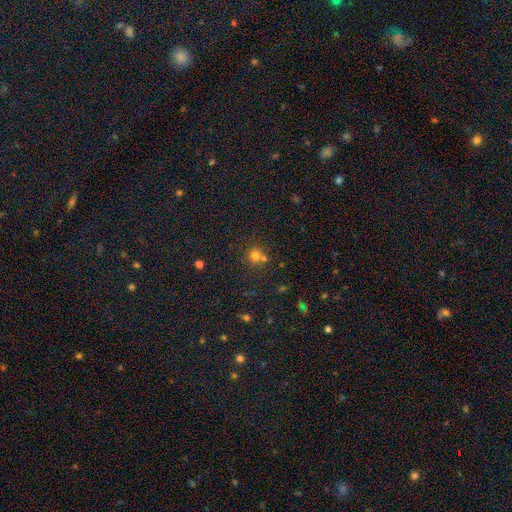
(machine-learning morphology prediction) Overall: smooth (72%). How rounded: round (89%). Merging: none (57%; merger 32%).